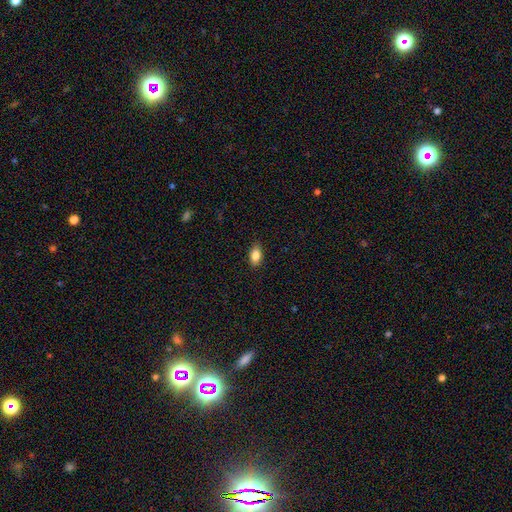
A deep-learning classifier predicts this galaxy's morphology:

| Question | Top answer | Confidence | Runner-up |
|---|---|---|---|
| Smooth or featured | smooth | 85% | star or artifact (8%) |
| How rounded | in between | 89% | round (8%) |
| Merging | none | 87% | minor disturbance (10%) |